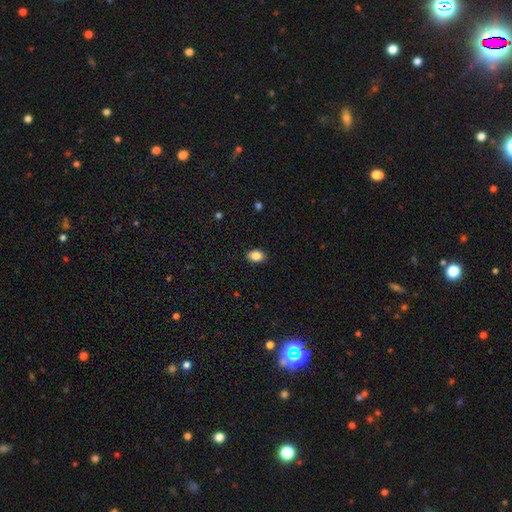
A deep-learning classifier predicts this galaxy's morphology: Smooth or featured: smooth — 88% (star or artifact — 8%)
How rounded: in between — 77% (round — 21%)
Merging: none — 89% (minor disturbance — 8%)